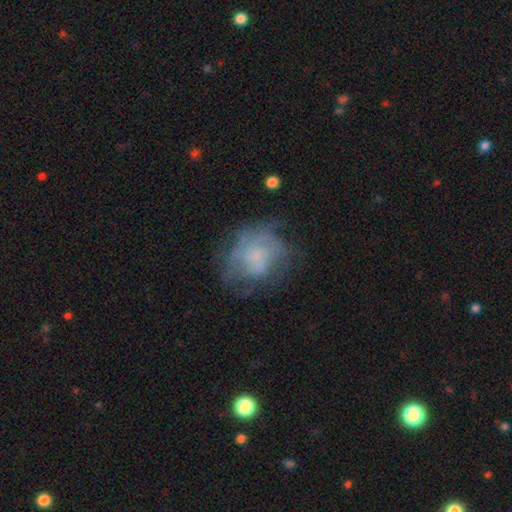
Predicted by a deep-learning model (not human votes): Smooth or featured: featured or disk — 58% (smooth — 31%)
Edge-on disk: no — 98% (yes — 2%)
Bar: no — 80% (weak — 17%)
Spiral arms: yes — 63% (no — 37%)
Bulge size: small — 50% (none — 31%)
Merging: none — 55% (minor disturbance — 22%)